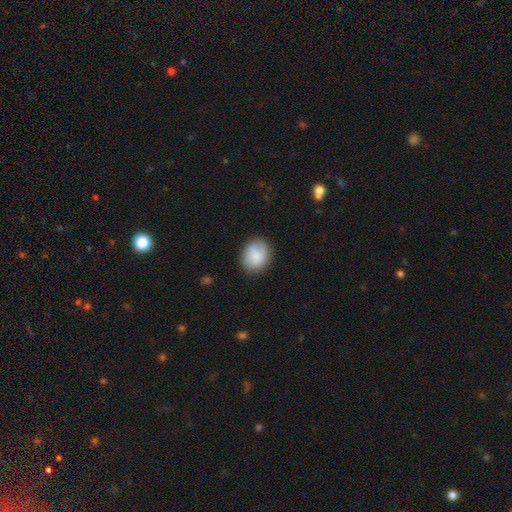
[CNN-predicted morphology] This appears to be a smooth galaxy with no disk features (84%) that is round (55%). Merging: none (80%).